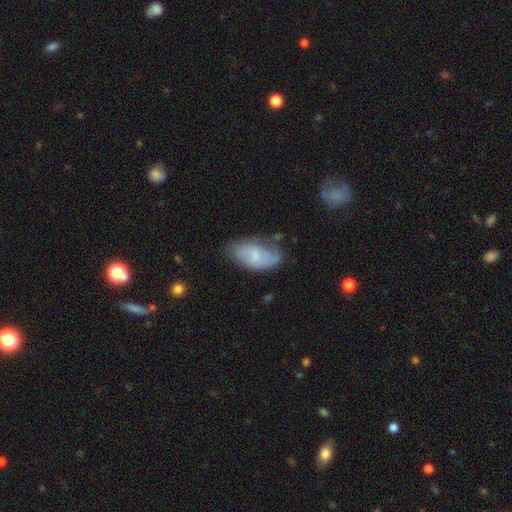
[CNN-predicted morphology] smooth-or-featured: smooth: 52% | featured or disk: 41% | star or artifact: 7%
  how-rounded: in between: 93% | round: 4% | cigar-shaped: 3%
  merging: none: 54% | minor disturbance: 32% | major disturbance: 11% | merger: 3%